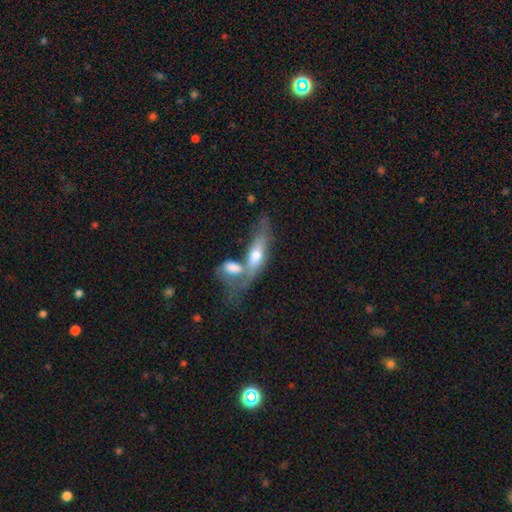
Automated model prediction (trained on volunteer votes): Morphology: type=smooth (48%); merging=merger (54%).